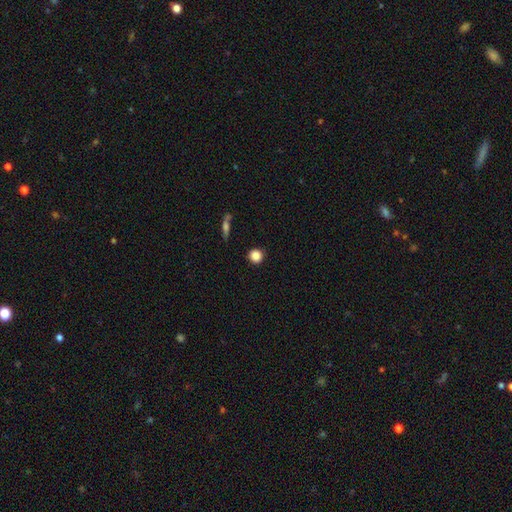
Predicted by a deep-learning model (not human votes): Overall: smooth (87%). How rounded: round (93%). Merging: none (90%).